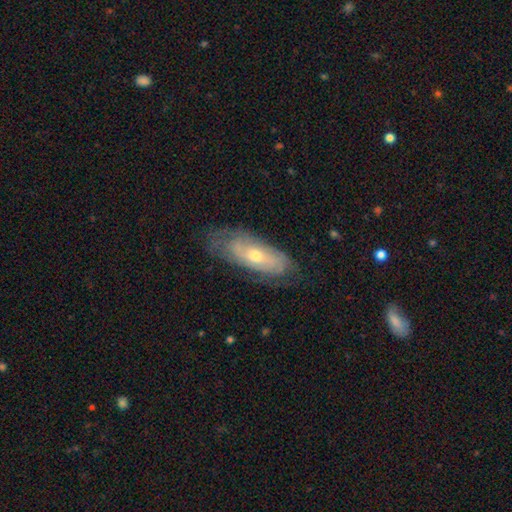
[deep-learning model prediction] Q: Smooth or featured?
A: featured or disk (62%); runner-up: smooth (31%)
Q: Edge-on disk?
A: no (78%); runner-up: yes (22%)
Q: Merging?
A: none (70%); runner-up: minor disturbance (21%)